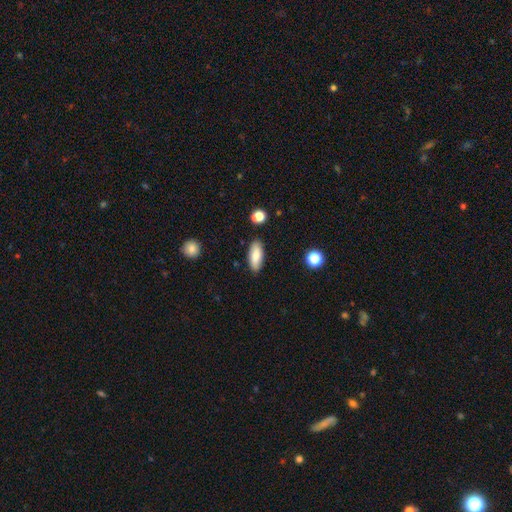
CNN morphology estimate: This appears to be a smooth galaxy with no disk features (82%) that is in between round and cigar-shaped (80%). Merging: none (86%).